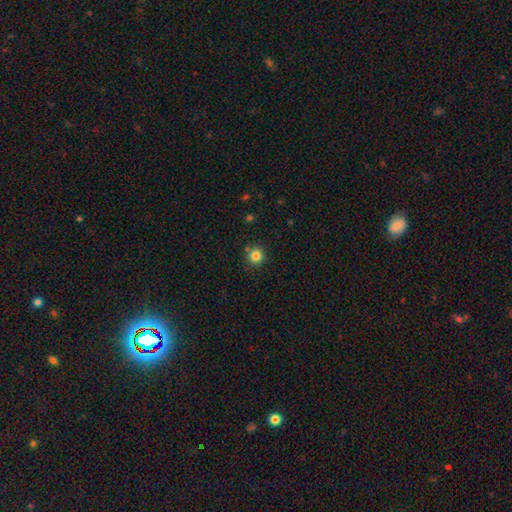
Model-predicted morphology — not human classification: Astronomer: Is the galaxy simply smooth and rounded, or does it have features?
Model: smooth — 83%.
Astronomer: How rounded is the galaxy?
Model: round — 94%.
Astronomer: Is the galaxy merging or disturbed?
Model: none — 85%.